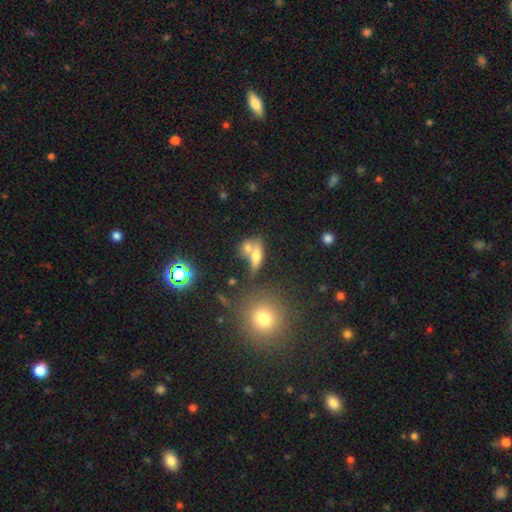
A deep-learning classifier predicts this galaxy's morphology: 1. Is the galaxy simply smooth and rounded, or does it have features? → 59% smooth, 26% featured or disk, 15% star or artifact.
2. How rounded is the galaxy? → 60% in between, 24% cigar-shaped, 17% round.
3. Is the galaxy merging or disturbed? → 48% merger, 35% none, 10% minor disturbance, 7% major disturbance.